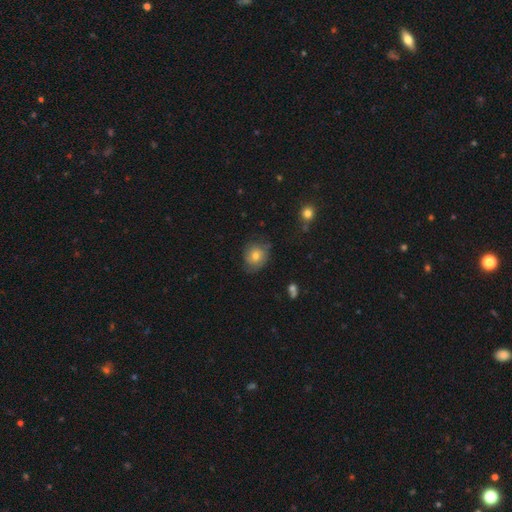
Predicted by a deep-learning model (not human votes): Smooth or featured? smooth (67%)
How rounded? round (74%)
Merging? none (69%)